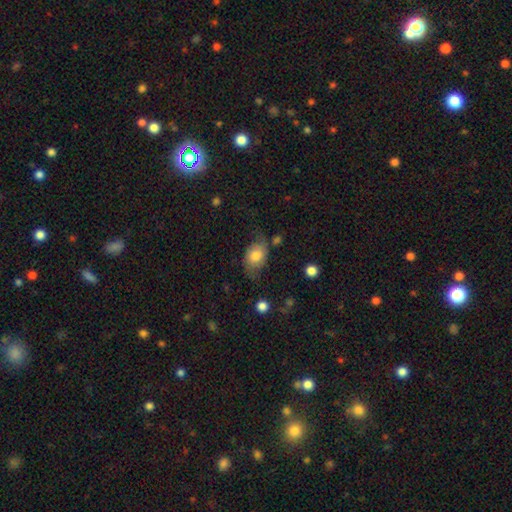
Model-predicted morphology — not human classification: smooth_or_featured: smooth (p=0.71) [alt: featured or disk p=0.21]
how_rounded: in between (p=0.79) [alt: round p=0.20]
merging: none (p=0.53) [alt: minor disturbance p=0.30]